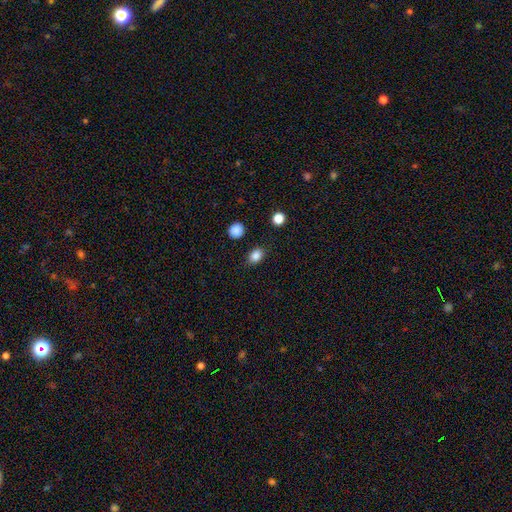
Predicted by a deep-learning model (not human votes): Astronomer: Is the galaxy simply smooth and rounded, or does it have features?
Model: smooth — 85%.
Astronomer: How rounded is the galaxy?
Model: in between — 64%.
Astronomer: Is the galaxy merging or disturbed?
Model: none — 83%.